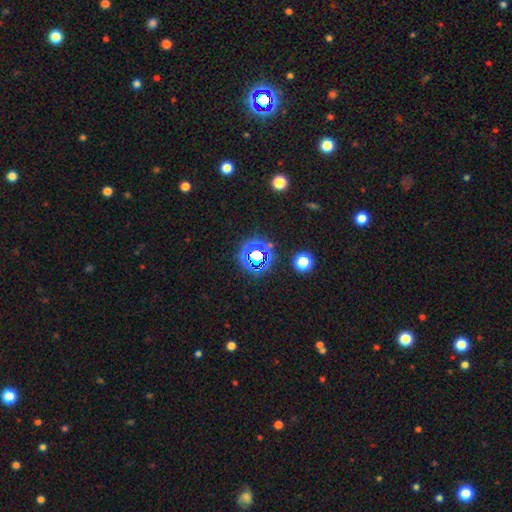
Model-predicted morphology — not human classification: star or artifact 74%, smooth 18%, featured or disk 9%.